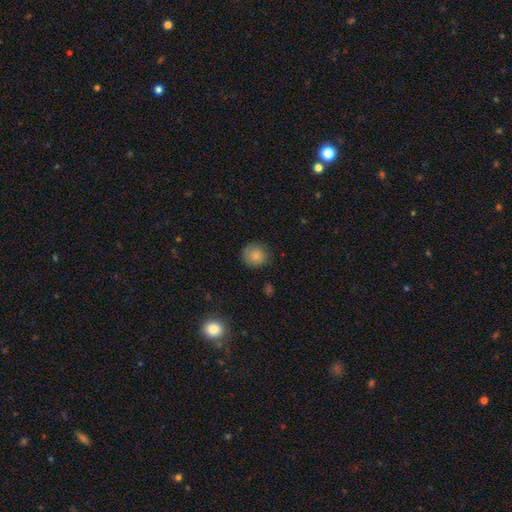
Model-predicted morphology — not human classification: smooth 78%, featured or disk 13%, star or artifact 10%. Down the decision tree: how rounded — round (90%); merging — none (79%).